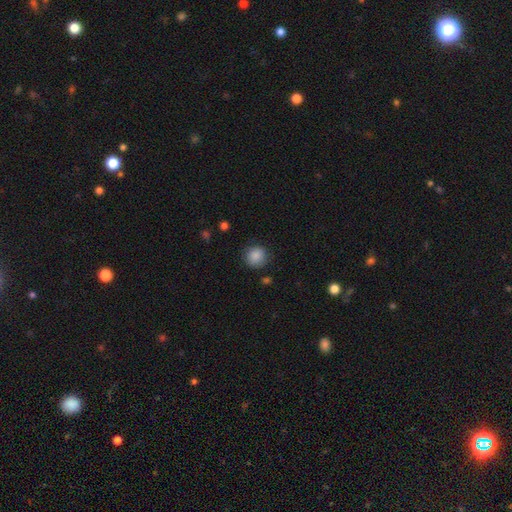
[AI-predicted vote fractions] A smooth galaxy with no disk features (87%) that is round (89%).

Vote fractions:
- Smooth or featured? smooth: 87% / star or artifact: 9% / featured or disk: 4%
- How rounded? round: 89% / in between: 11% / cigar-shaped: 1%
- Merging? none: 84% / minor disturbance: 12% / major disturbance: 3% / merger: 1%